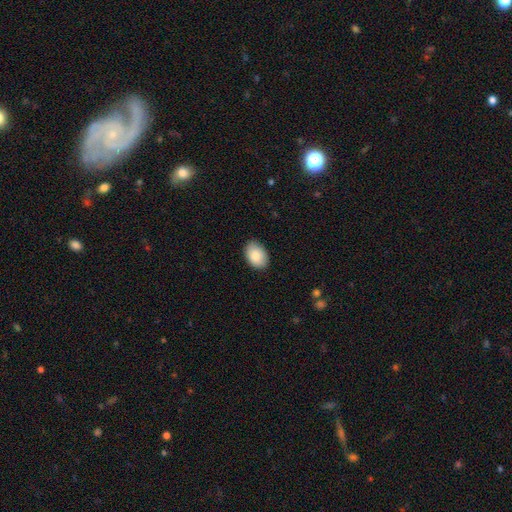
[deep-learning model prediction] smooth-or-featured: smooth: 87% | featured or disk: 7% | star or artifact: 6%
  how-rounded: in between: 85% | round: 14% | cigar-shaped: 1%
  merging: none: 82% | minor disturbance: 15% | major disturbance: 2% | merger: 1%